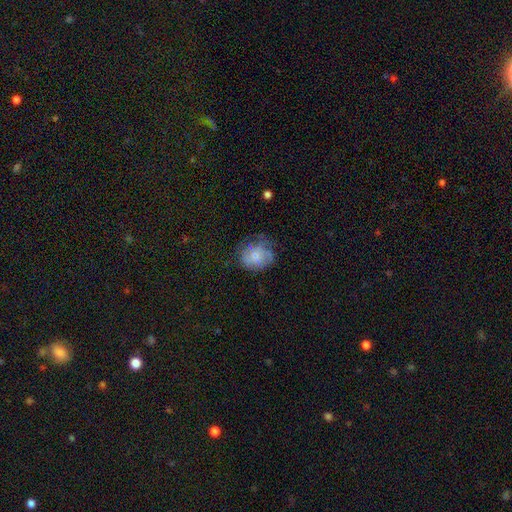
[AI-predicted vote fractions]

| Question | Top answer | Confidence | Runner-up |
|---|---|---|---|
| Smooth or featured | smooth | 54% | featured or disk (37%) |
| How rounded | round | 62% | in between (37%) |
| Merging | none | 53% | minor disturbance (28%) |